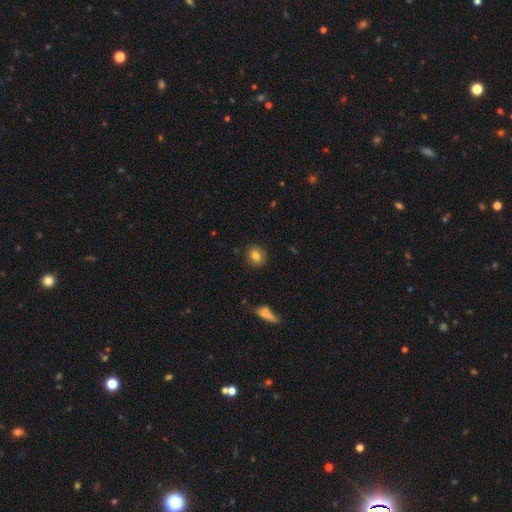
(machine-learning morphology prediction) Smooth or featured?
  - smooth: 80% *
  - featured or disk: 11%
  - star or artifact: 9%
How rounded?
  - round: 64% *
  - in between: 35%
  - cigar-shaped: 2%
Merging?
  - none: 87% *
  - minor disturbance: 9%
  - major disturbance: 2%
  - merger: 1%